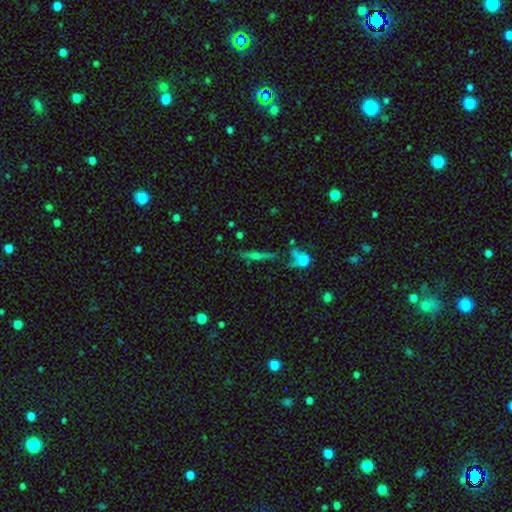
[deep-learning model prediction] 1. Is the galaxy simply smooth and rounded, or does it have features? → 54% featured or disk, 31% smooth, 16% star or artifact.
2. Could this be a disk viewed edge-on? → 91% yes, 9% no.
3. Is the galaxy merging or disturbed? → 74% none, 12% minor disturbance, 9% merger, 5% major disturbance.